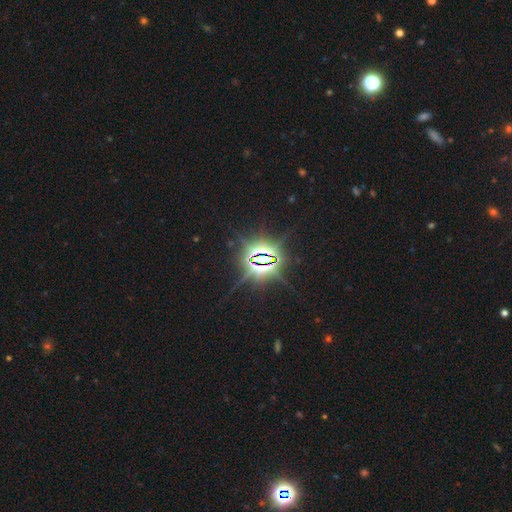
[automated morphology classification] The model was most divided on "smooth or featured": star or artifact: 87%, smooth: 8%, featured or disk: 6%.